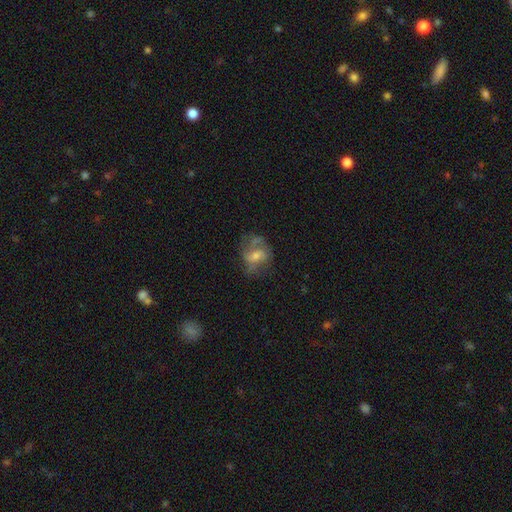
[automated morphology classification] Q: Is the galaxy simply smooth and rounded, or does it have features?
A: featured or disk — 54%.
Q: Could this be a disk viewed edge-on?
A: no — 97%.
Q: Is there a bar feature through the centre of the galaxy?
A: no — 55%.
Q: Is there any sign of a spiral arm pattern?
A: yes — 57%.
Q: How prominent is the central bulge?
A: moderate — 46%.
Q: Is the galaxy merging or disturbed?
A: none — 48%.